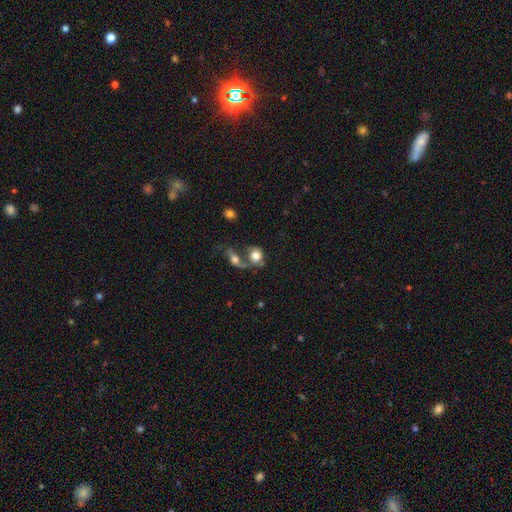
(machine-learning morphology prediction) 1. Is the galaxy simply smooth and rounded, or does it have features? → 72% smooth, 19% featured or disk, 9% star or artifact.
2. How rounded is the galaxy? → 68% round, 30% in between, 2% cigar-shaped.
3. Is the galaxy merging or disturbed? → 50% merger, 28% none, 11% minor disturbance, 11% major disturbance.